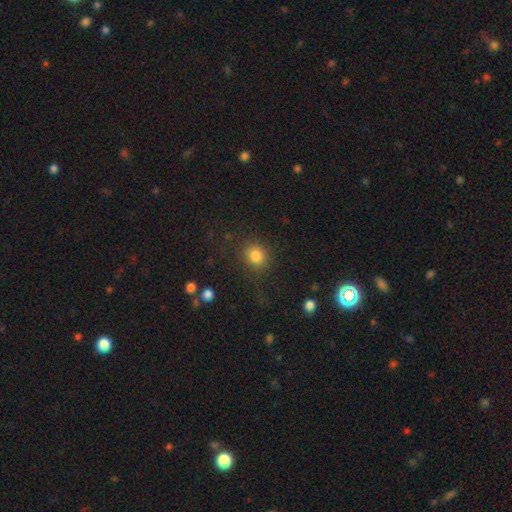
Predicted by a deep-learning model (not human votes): A smooth galaxy with no disk features (83%) that is round (78%). Merging: none (82%).